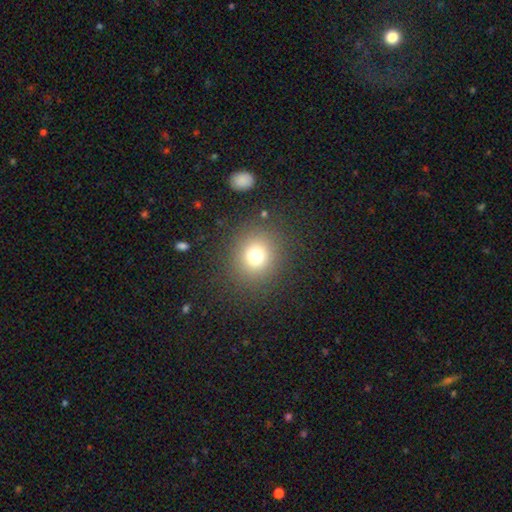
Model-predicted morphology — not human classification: Smooth or featured? Predicted: smooth (p=0.74). How rounded? Predicted: round (p=0.87). Merging? Predicted: none (p=0.87).